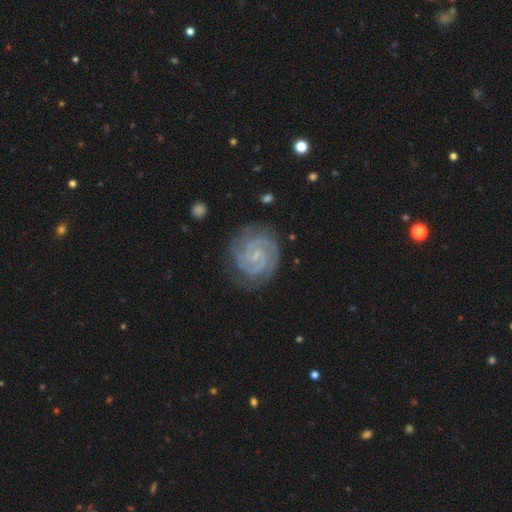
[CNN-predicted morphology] Overall: featured or disk (91%). Edge-on disk: no (98%). Bar: no (46%; weak 41%). Spiral arms: yes (99%). Spiral arm count: 2 (63%). Spiral winding: tight (75%). Bulge size: small (72%). Merging: none (81%).